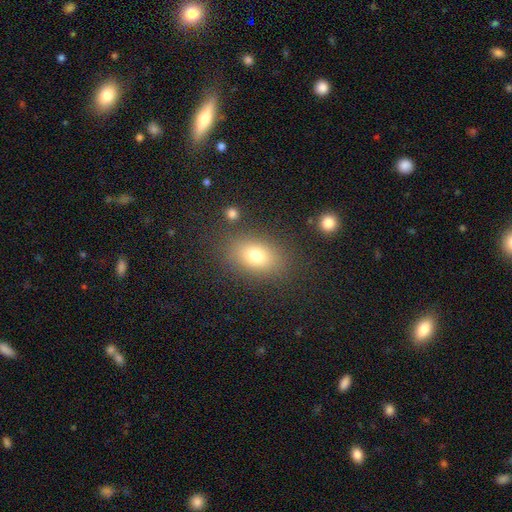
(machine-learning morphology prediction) Overall: smooth (76%). How rounded: in between (77%). Merging: none (81%).